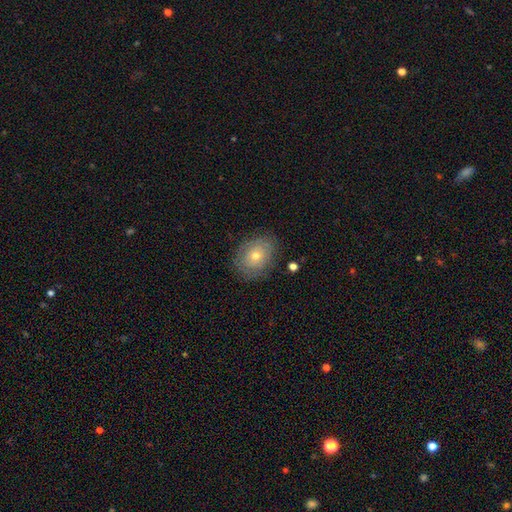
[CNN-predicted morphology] This is possibly a smooth galaxy (57%). How rounded: likely in between (63%). Merging: likely none (80%).